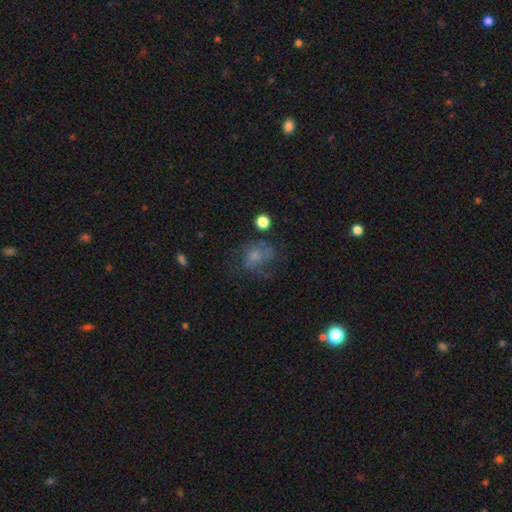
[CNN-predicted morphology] A featured or disk galaxy (46%). Merging: none (45%).